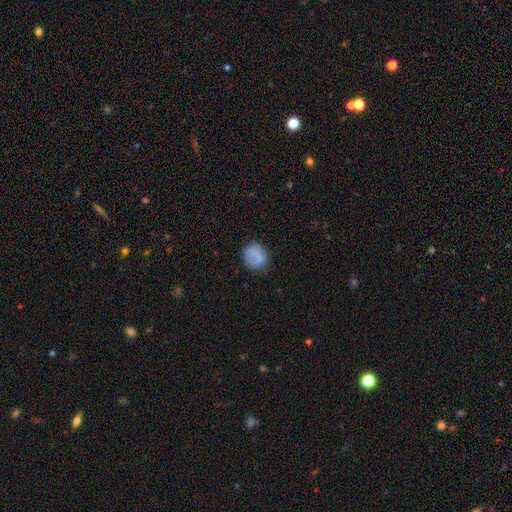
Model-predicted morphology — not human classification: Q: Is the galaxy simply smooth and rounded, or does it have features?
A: smooth — 75%.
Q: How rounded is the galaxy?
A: round — 82%.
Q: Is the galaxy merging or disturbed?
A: none — 72%.